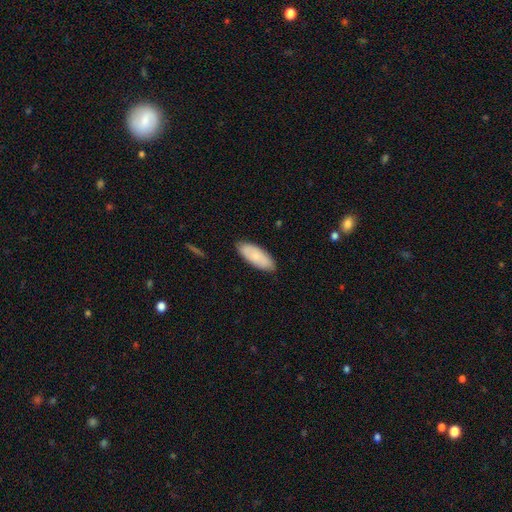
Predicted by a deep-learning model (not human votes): This appears to be a smooth galaxy with no disk features (79%) that is in between round and cigar-shaped (80%). Merging: none (85%).